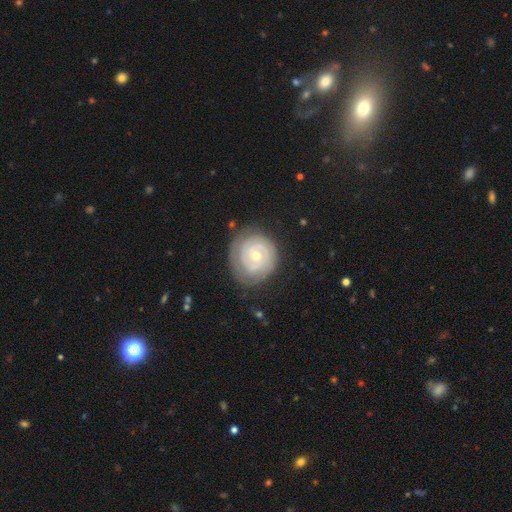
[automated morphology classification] A featured or disk galaxy (81%) with no bar (75%), 2 (43%) tight (83%) spiral arms (93%) and a moderate central bulge (50%). Merging: none (76%).